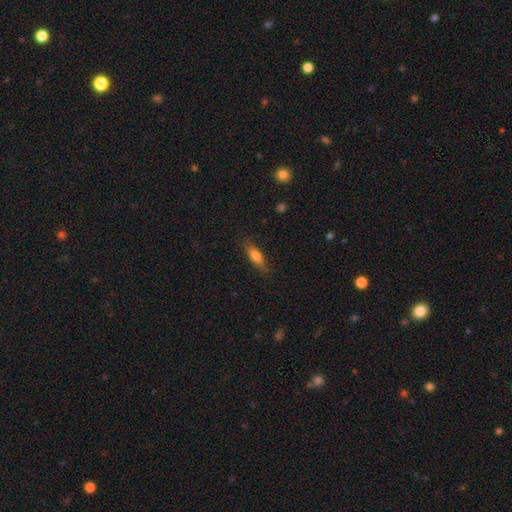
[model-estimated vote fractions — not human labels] smooth_or_featured: smooth (p=0.71) [alt: featured or disk p=0.22]
how_rounded: in between (p=0.51) [alt: cigar-shaped p=0.47]
merging: none (p=0.82) [alt: minor disturbance p=0.14]